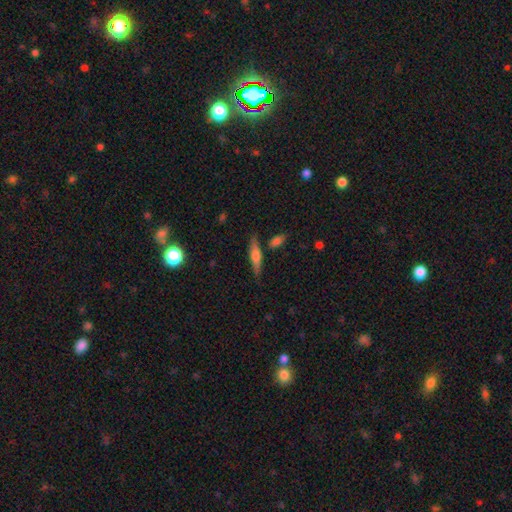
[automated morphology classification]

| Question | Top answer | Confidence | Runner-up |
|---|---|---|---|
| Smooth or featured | featured or disk | 47% | smooth (45%) |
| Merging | none | 79% | minor disturbance (12%) |